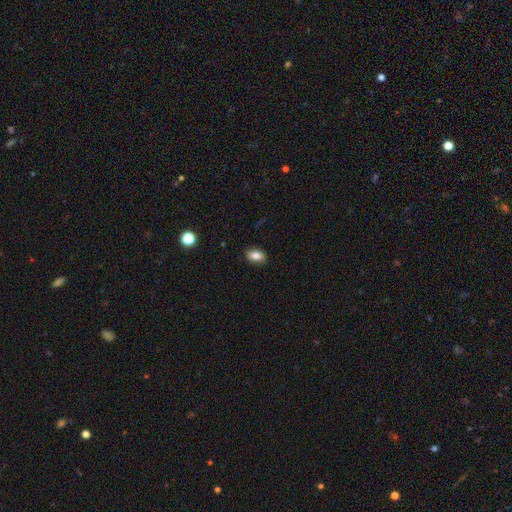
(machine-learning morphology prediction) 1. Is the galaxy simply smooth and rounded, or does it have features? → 81% smooth, 11% featured or disk, 9% star or artifact.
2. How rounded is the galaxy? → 86% in between, 11% round, 2% cigar-shaped.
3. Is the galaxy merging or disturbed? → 86% none, 11% minor disturbance, 2% major disturbance, 1% merger.